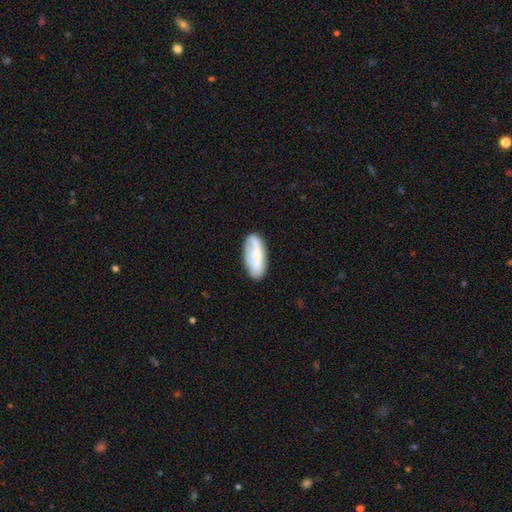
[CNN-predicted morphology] Smooth or featured? Predicted: smooth (p=0.64). How rounded? Predicted: in between (p=0.85). Merging? Predicted: none (p=0.69).